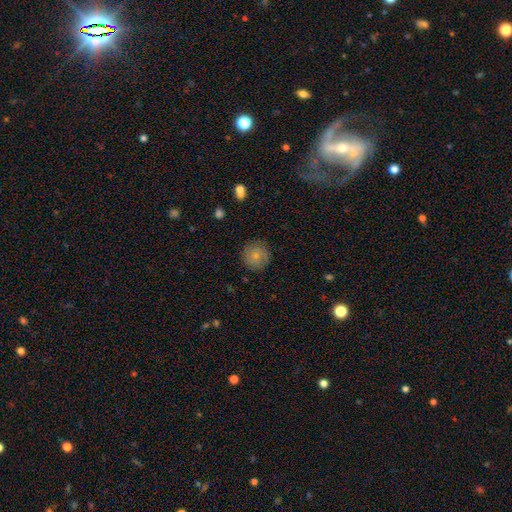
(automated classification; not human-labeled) Smooth or featured?
  - smooth: 76% *
  - featured or disk: 16%
  - star or artifact: 8%
How rounded?
  - round: 94% *
  - in between: 5%
  - cigar-shaped: 1%
Merging?
  - none: 85% *
  - minor disturbance: 11%
  - major disturbance: 3%
  - merger: 1%